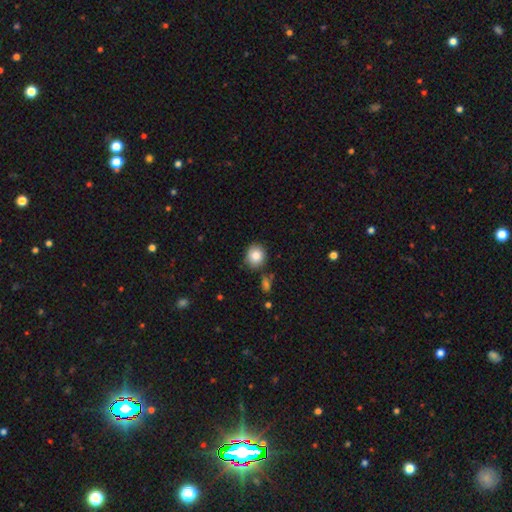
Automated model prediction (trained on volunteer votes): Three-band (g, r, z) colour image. It shows a smooth galaxy with no disk features (86%) that is round (78%). Merging: none (79%).